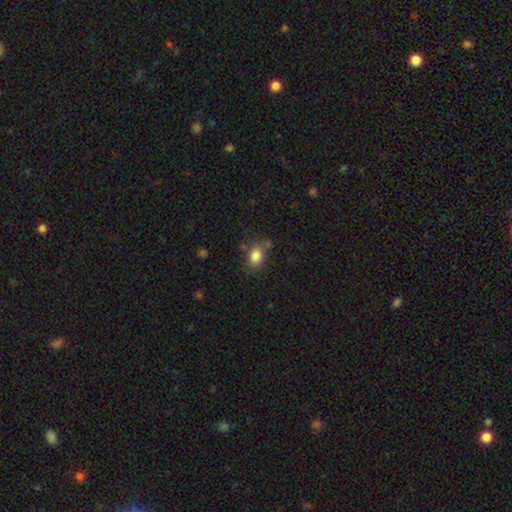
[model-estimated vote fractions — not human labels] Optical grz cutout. It shows a smooth galaxy with no disk features (84%) that is in between round and cigar-shaped (65%). Merging: none (68%).